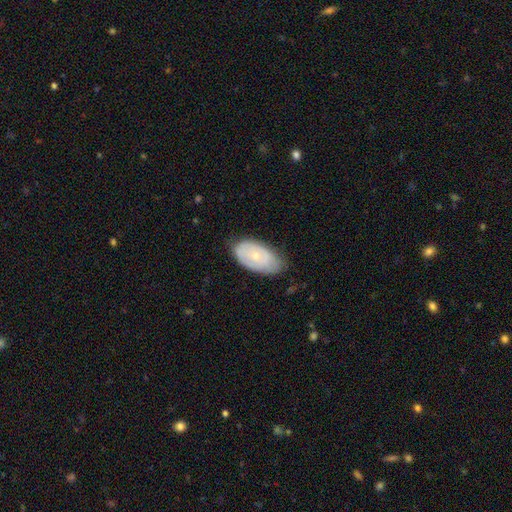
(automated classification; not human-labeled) This appears to be a smooth galaxy with no disk features (53%) that is in between round and cigar-shaped (93%). Merging: none (65%).